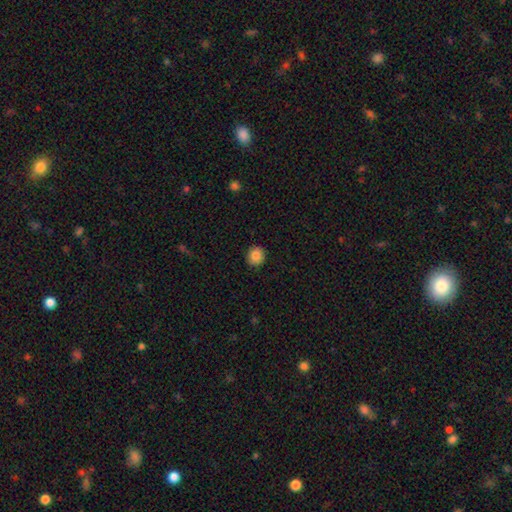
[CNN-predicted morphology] type=smooth (87%); roundness=round (88%); merging=none (90%).